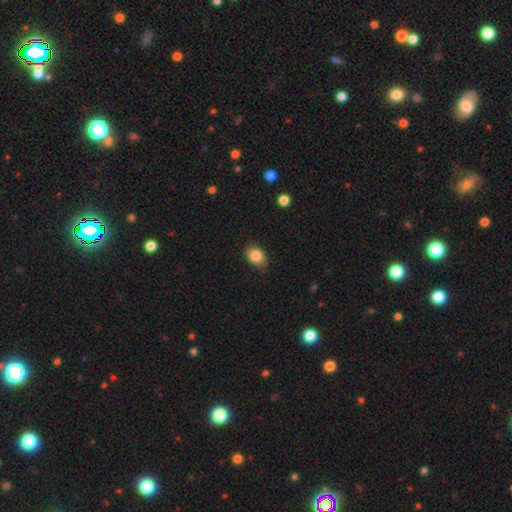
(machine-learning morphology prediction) smooth 85%, star or artifact 9%, featured or disk 6%. Down the decision tree: how rounded — in between (69%); merging — none (75%).